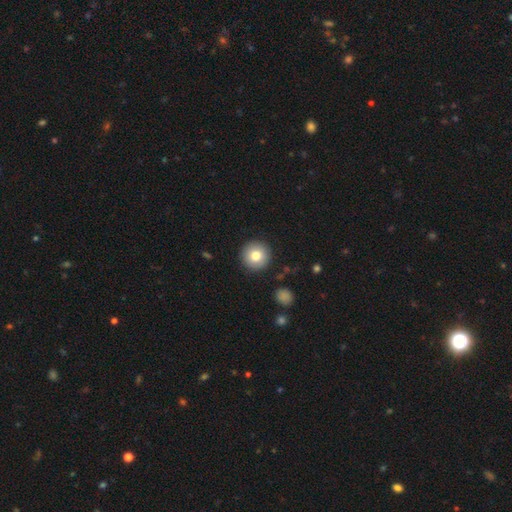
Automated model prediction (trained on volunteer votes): This appears to be a smooth galaxy with no disk features (79%) that is round (96%). Merging: none (91%).